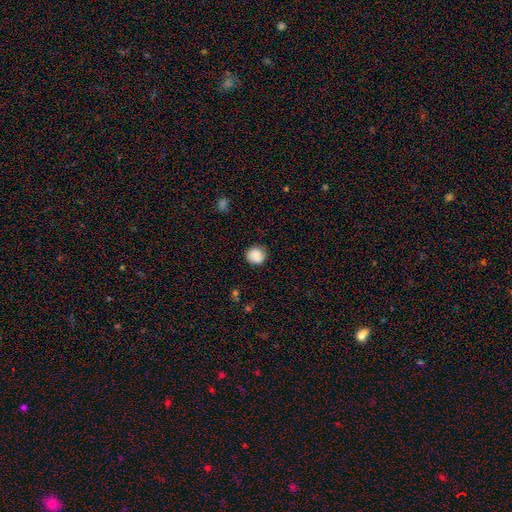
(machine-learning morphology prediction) smooth-or-featured: smooth: 88% | star or artifact: 8% | featured or disk: 4%
  how-rounded: round: 89% | in between: 10% | cigar-shaped: 1%
  merging: none: 86% | minor disturbance: 10% | major disturbance: 3% | merger: 1%